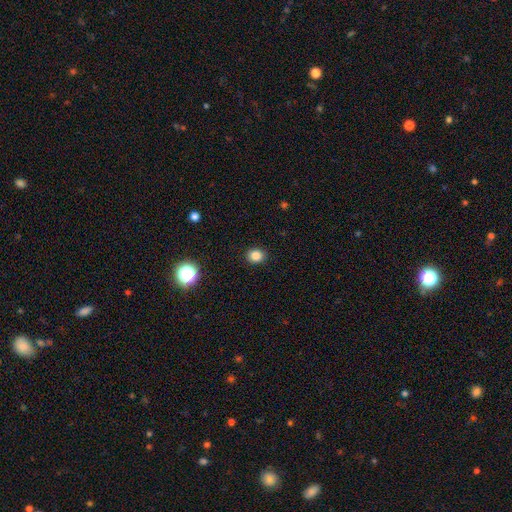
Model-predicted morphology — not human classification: A smooth galaxy with no disk features (83%) that is round (69%).

Vote fractions:
- Smooth or featured? smooth: 83% / star or artifact: 12% / featured or disk: 4%
- How rounded? round: 69% / in between: 30% / cigar-shaped: 1%
- Merging? none: 91% / minor disturbance: 6% / major disturbance: 2% / merger: 1%